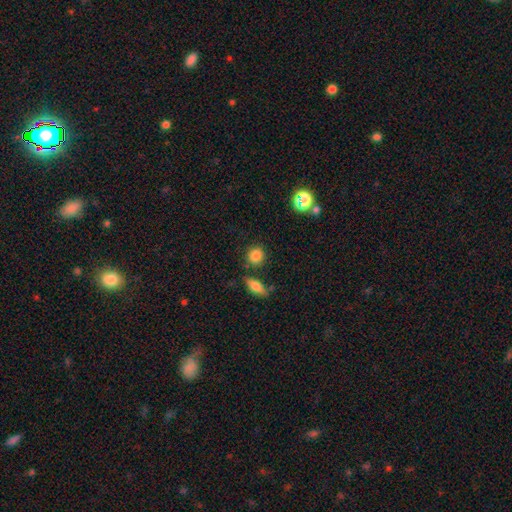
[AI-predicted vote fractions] Smooth or featured?
  - smooth: 84% *
  - star or artifact: 10%
  - featured or disk: 6%
How rounded?
  - round: 81% *
  - in between: 17%
  - cigar-shaped: 2%
Merging?
  - none: 79% *
  - minor disturbance: 11%
  - merger: 7%
  - major disturbance: 3%